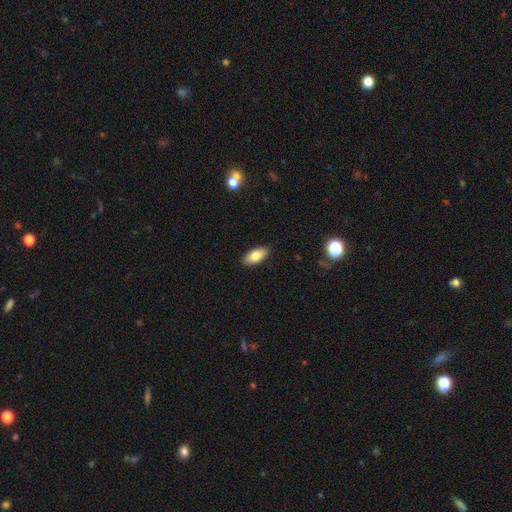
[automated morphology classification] smooth-or-featured: smooth: 79% | featured or disk: 13% | star or artifact: 7%
  how-rounded: in between: 89% | cigar-shaped: 8% | round: 3%
  merging: none: 88% | minor disturbance: 9% | major disturbance: 2% | merger: 1%